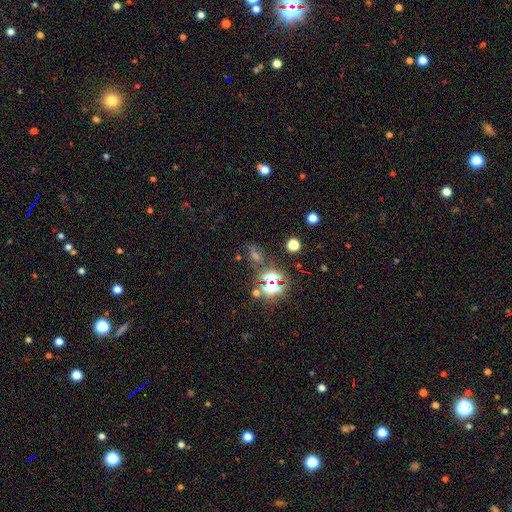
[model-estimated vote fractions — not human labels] This is likely a star or artifact rather than a galaxy (64%).